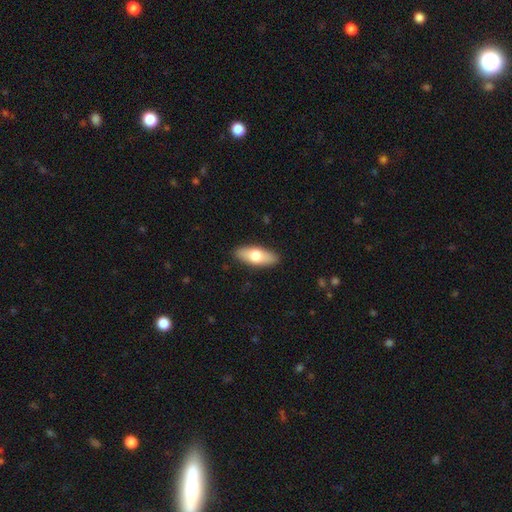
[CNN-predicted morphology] Smooth or featured?
  - smooth: 67% *
  - featured or disk: 27%
  - star or artifact: 6%
How rounded?
  - in between: 75% *
  - cigar-shaped: 22%
  - round: 3%
Merging?
  - none: 89% *
  - minor disturbance: 8%
  - major disturbance: 2%
  - merger: 1%